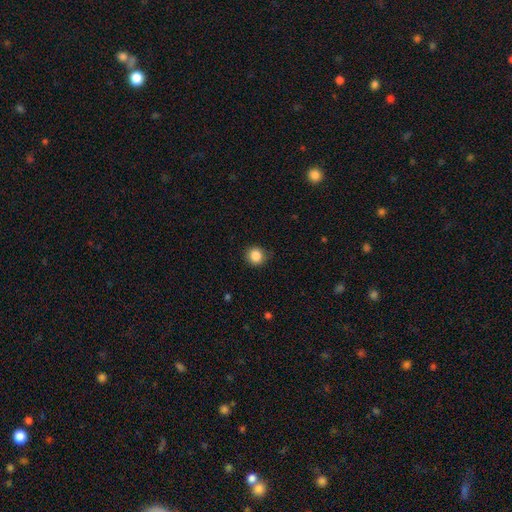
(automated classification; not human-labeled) A smooth galaxy with no disk features (86%) that is round (91%). Merging: none (82%).